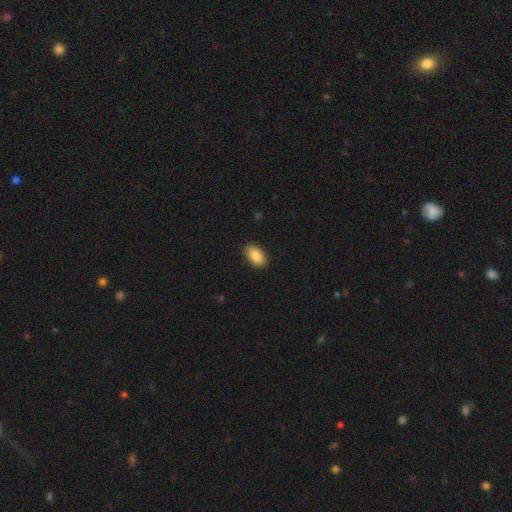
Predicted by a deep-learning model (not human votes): Q: Smooth or featured?
A: smooth (88%); runner-up: star or artifact (7%)
Q: How rounded?
A: in between (94%); runner-up: round (4%)
Q: Merging?
A: none (89%); runner-up: minor disturbance (8%)